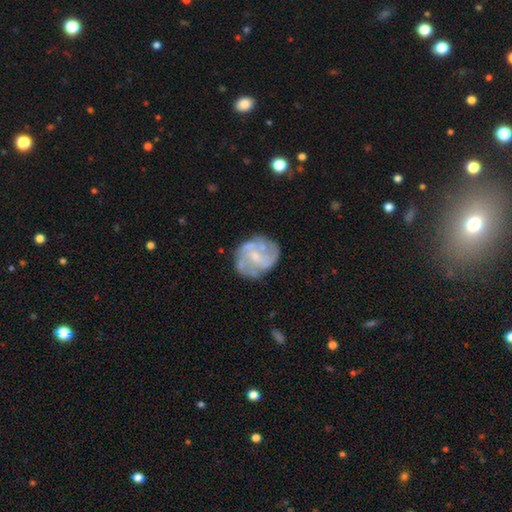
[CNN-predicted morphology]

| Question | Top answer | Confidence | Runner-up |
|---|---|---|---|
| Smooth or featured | featured or disk | 71% | smooth (22%) |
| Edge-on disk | no | 98% | yes (2%) |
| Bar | no | 50% | weak (41%) |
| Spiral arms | yes | 68% | no (32%) |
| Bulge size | small | 53% | moderate (31%) |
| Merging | none | 64% | minor disturbance (21%) |